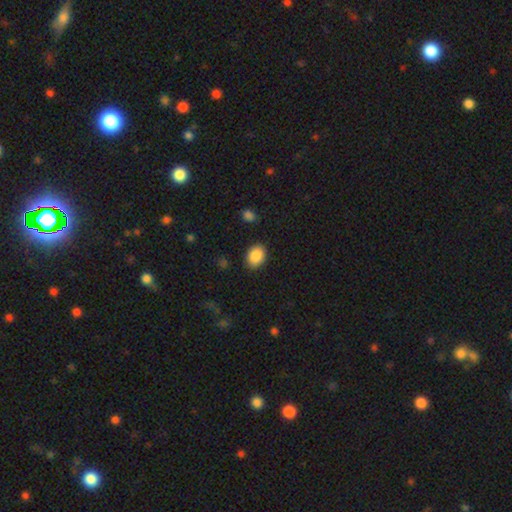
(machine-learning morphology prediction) A smooth galaxy with no disk features (89%) that is in between round and cigar-shaped (72%).

Vote fractions:
- Smooth or featured? smooth: 89% / star or artifact: 7% / featured or disk: 4%
- How rounded? in between: 72% / round: 27% / cigar-shaped: 1%
- Merging? none: 85% / minor disturbance: 11% / major disturbance: 3% / merger: 1%